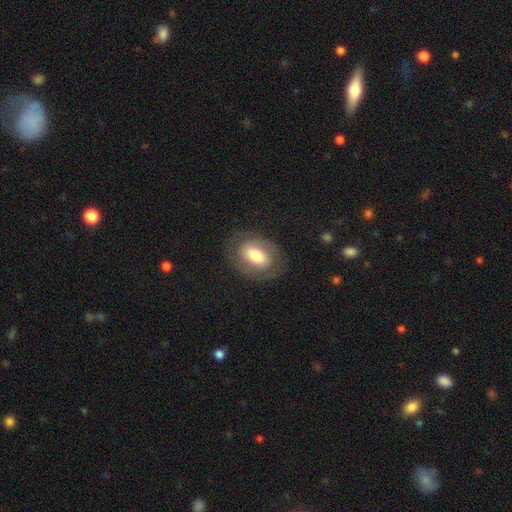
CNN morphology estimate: This appears to be a smooth galaxy with no disk features (57%) that is in between round and cigar-shaped (85%). Merging: none (77%).